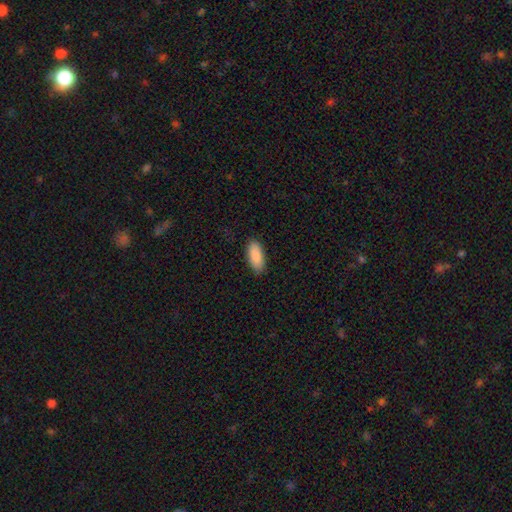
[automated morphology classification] smooth 88%, featured or disk 6%, star or artifact 6%. Down the decision tree: how rounded — in between (84%); merging — none (87%).